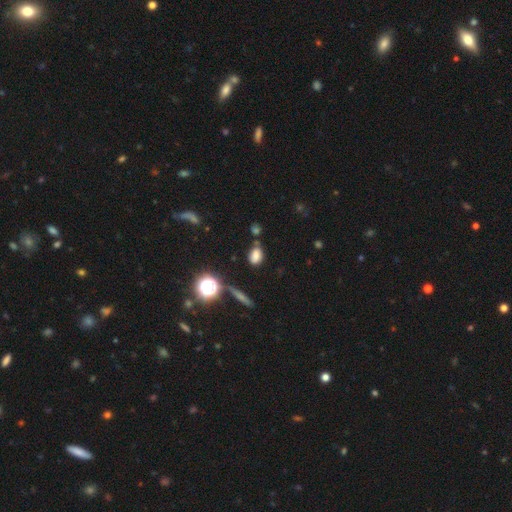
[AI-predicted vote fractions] This is likely a smooth galaxy (75%). How rounded: likely in between (80%). Merging: likely none (63%).